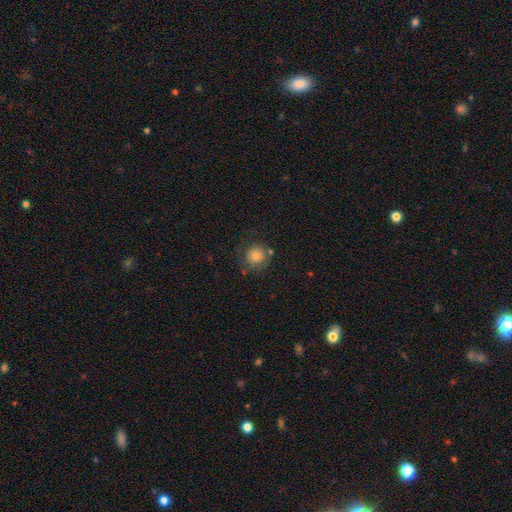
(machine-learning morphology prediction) Q: Smooth or featured?
A: smooth (78%); runner-up: featured or disk (11%)
Q: How rounded?
A: round (91%); runner-up: in between (8%)
Q: Merging?
A: none (73%); runner-up: minor disturbance (15%)